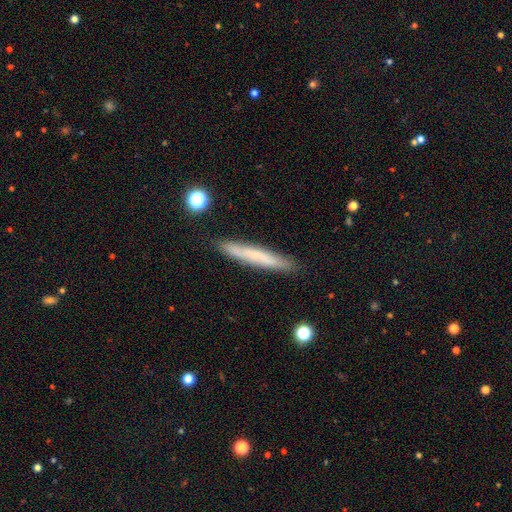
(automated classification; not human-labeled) This appears to be a smooth galaxy with no disk features (61%) that is cigar-shaped (95%). Merging: none (87%).